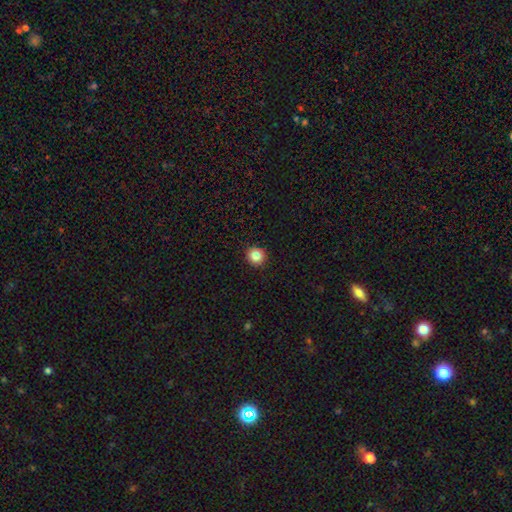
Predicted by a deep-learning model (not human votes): smooth-or-featured: smooth: 86% | star or artifact: 10% | featured or disk: 4%
  how-rounded: round: 93% | in between: 6% | cigar-shaped: 1%
  merging: none: 93% | minor disturbance: 5% | major disturbance: 2% | merger: 1%